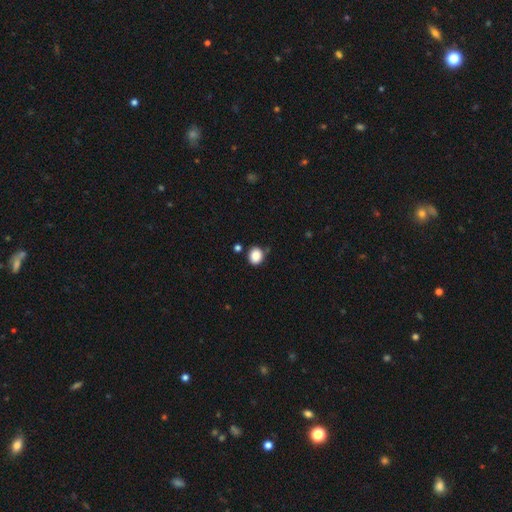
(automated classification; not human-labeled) The model was most divided on "how rounded": round: 66%, in between: 33%, cigar-shaped: 1%. More confident: smooth or featured — smooth (87%); merging — none (80%).